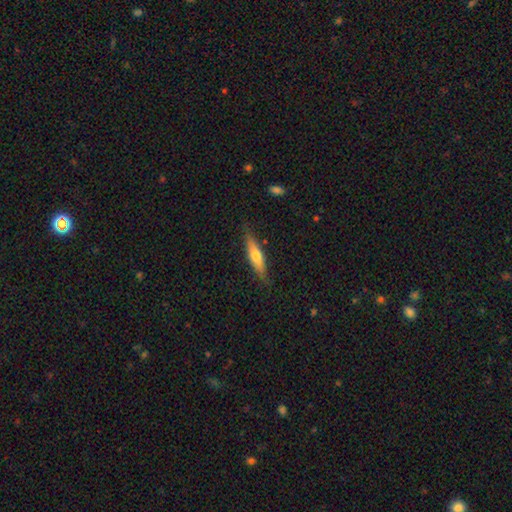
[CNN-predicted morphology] type=smooth (59%); roundness=cigar-shaped (72%); merging=none (80%).